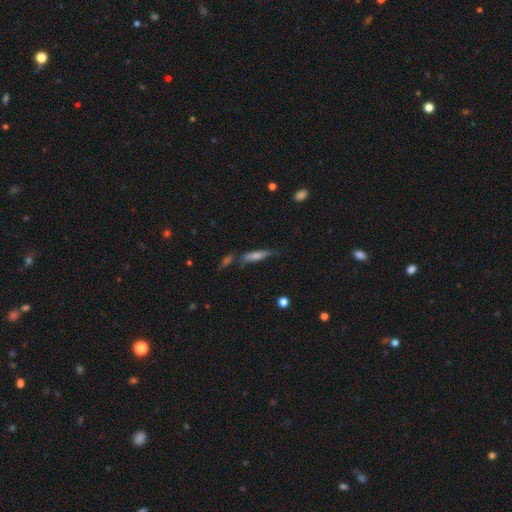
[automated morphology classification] smooth 51%, featured or disk 37%, star or artifact 12%. Down the decision tree: how rounded — cigar-shaped (76%); merging — none (57%).